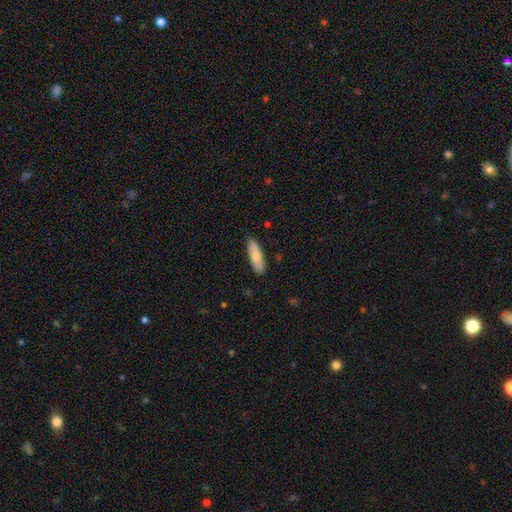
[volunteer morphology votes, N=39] A smooth galaxy with no disk features (72%) that is cigar-shaped (50%). Merging: none (97%).